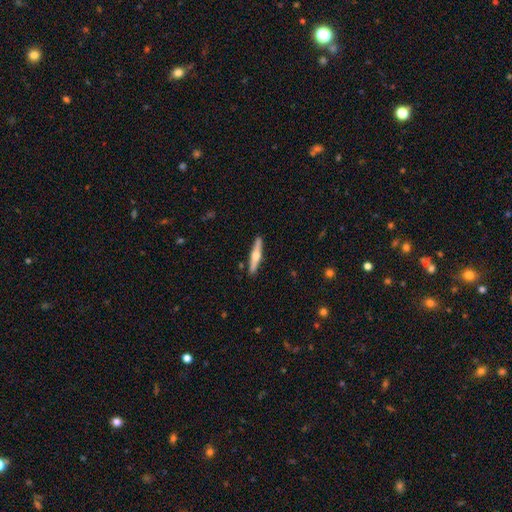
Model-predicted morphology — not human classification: smooth_or_featured: featured or disk (p=0.62) [alt: smooth p=0.33]
disk_edge_on: yes (p=0.97) [alt: no p=0.03]
edge_on_bulge: rounded (p=0.94) [alt: none p=0.03]
merging: none (p=0.90) [alt: minor disturbance p=0.07]